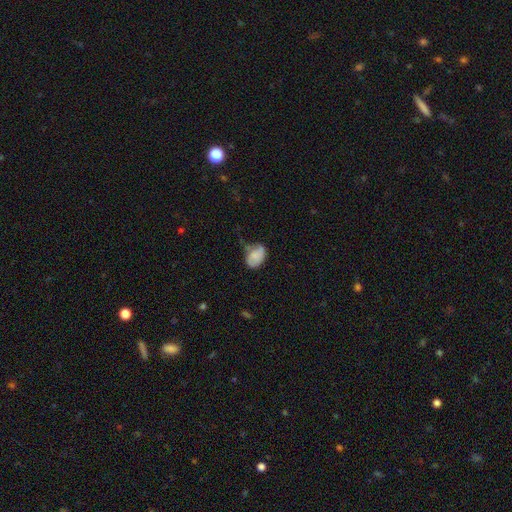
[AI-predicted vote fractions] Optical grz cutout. It shows a smooth galaxy with no disk features (71%) that is in between round and cigar-shaped (80%). Merging: none (43%).